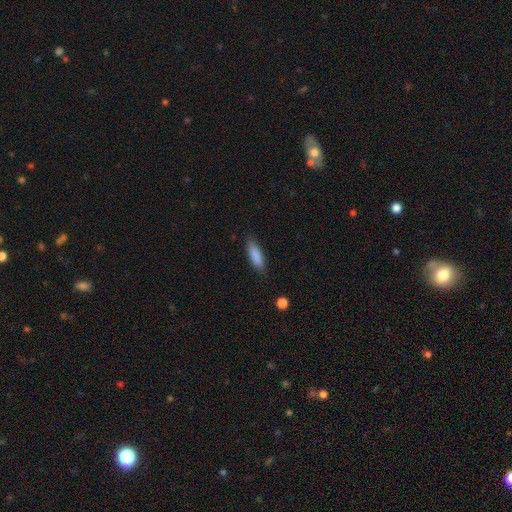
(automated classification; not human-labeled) smooth_or_featured: smooth (p=0.87) [alt: star or artifact p=0.06]
how_rounded: in between (p=0.50) [alt: cigar-shaped p=0.48]
merging: none (p=0.86) [alt: minor disturbance p=0.11]